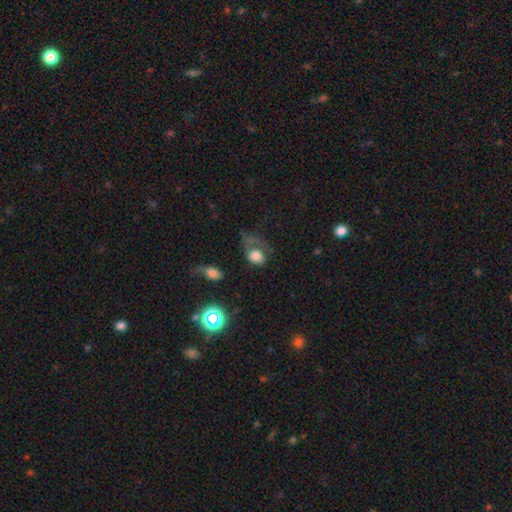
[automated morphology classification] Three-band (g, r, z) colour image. It shows a smooth galaxy with no disk features (67%) that is in between round and cigar-shaped (60%). Merging: major disturbance (46%).